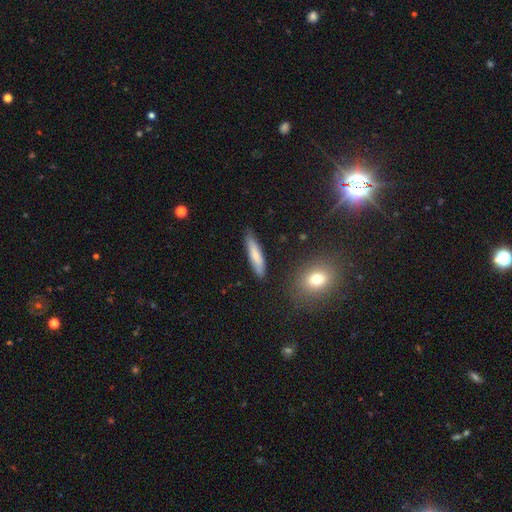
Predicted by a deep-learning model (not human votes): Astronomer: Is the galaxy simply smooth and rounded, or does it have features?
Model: smooth — 72%.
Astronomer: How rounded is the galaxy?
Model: cigar-shaped — 84%.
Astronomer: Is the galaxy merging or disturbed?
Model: none — 83%.